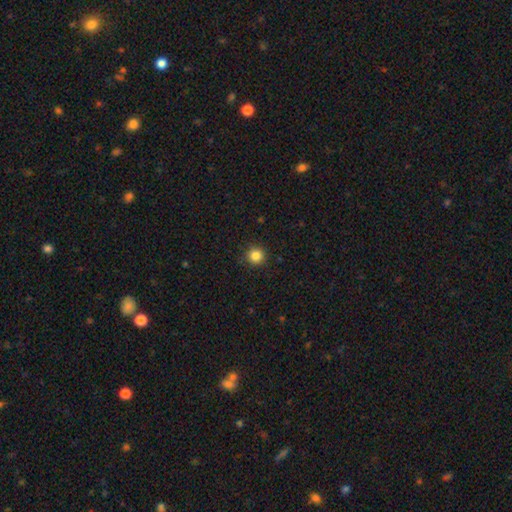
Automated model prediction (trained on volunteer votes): Smooth or featured? Predicted: smooth (p=0.85). How rounded? Predicted: round (p=0.95). Merging? Predicted: none (p=0.92).